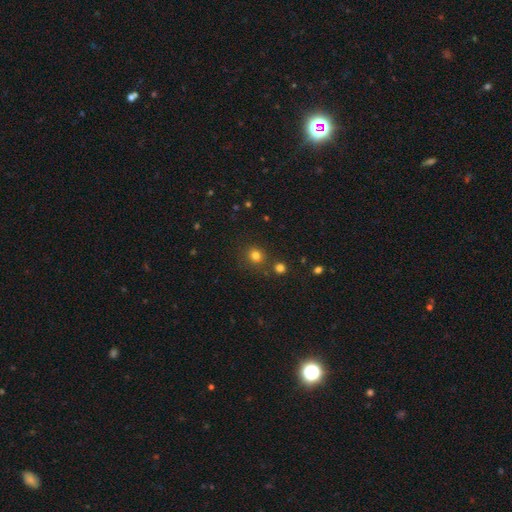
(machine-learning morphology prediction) type=smooth (78%); roundness=round (85%); merging=none (78%).